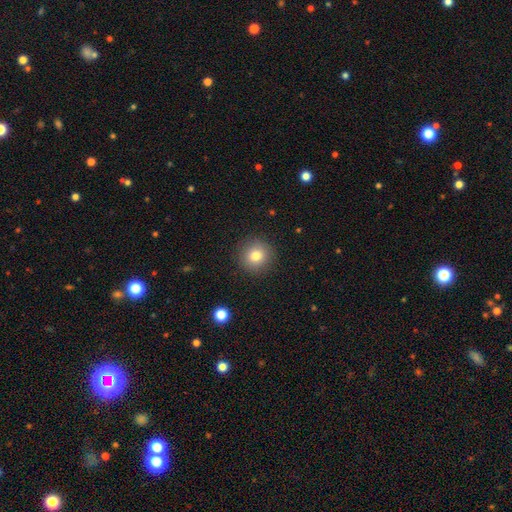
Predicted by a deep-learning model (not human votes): Smooth or featured: smooth — 80% (star or artifact — 11%)
How rounded: round — 94% (in between — 5%)
Merging: none — 91% (minor disturbance — 6%)